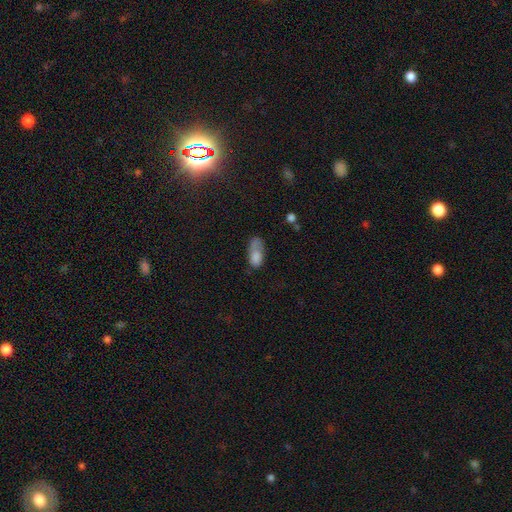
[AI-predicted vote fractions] A smooth galaxy with no disk features (78%) that is in between round and cigar-shaped (88%). Merging: none (33%).